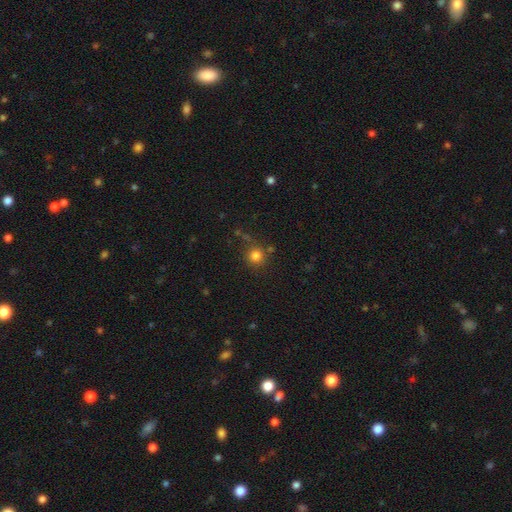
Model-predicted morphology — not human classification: Smooth or featured: smooth — 80% (star or artifact — 14%)
How rounded: round — 92% (in between — 7%)
Merging: none — 78% (minor disturbance — 11%)